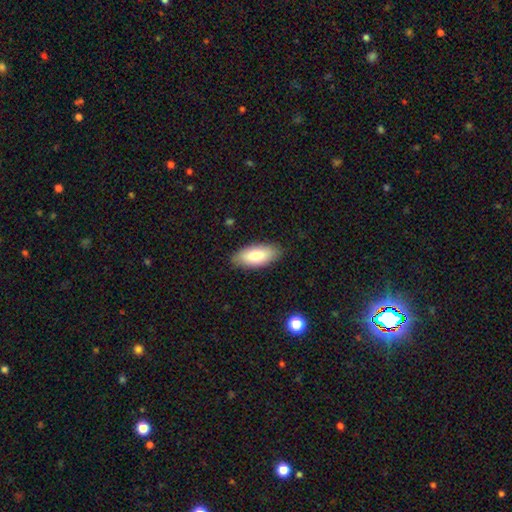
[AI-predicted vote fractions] Smooth or featured? smooth (78%)
How rounded? in between (87%)
Merging? none (87%)